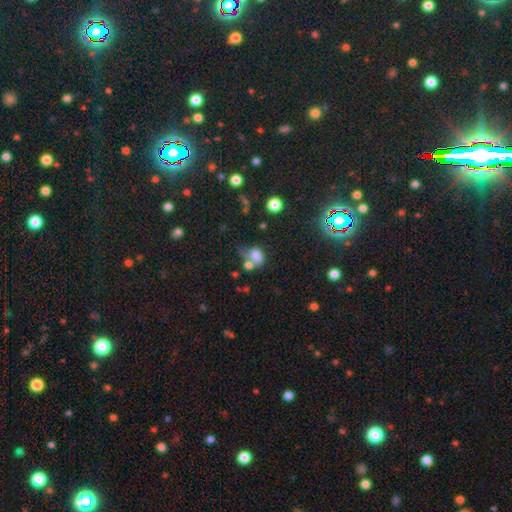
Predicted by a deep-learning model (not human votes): Morphology: type=smooth (73%); roundness=in between (66%); merging=merger (40%).